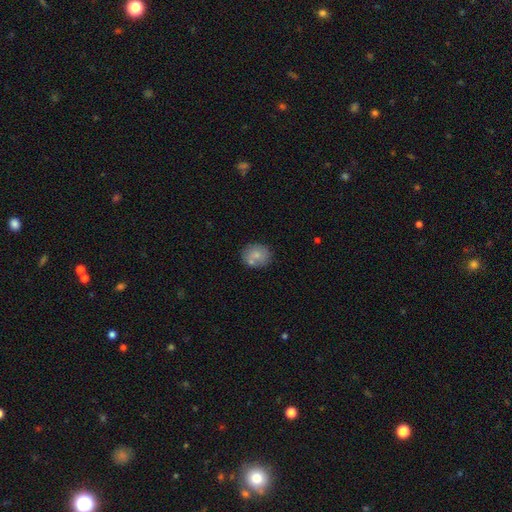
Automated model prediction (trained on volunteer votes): smooth_or_featured: smooth (p=0.76) [alt: featured or disk p=0.16]
how_rounded: round (p=0.68) [alt: in between p=0.31]
merging: none (p=0.63) [alt: merger p=0.17]